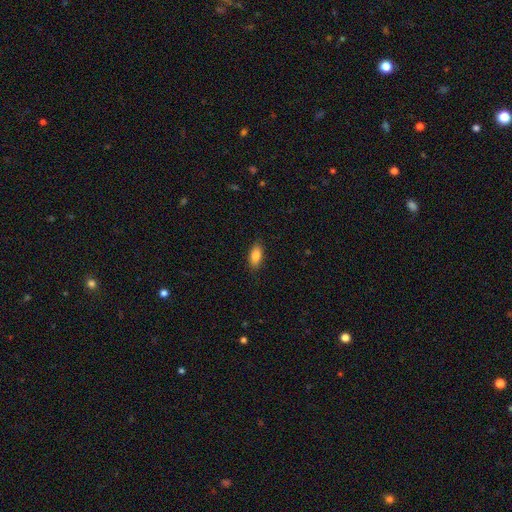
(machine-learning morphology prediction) Smooth or featured? smooth (84%)
How rounded? in between (88%)
Merging? none (87%)